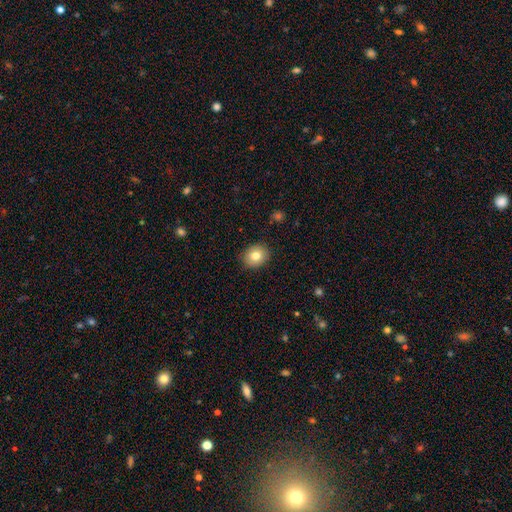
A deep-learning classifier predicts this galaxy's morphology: smooth 80%, featured or disk 11%, star or artifact 9%. Down the decision tree: how rounded — round (56%); merging — none (89%).